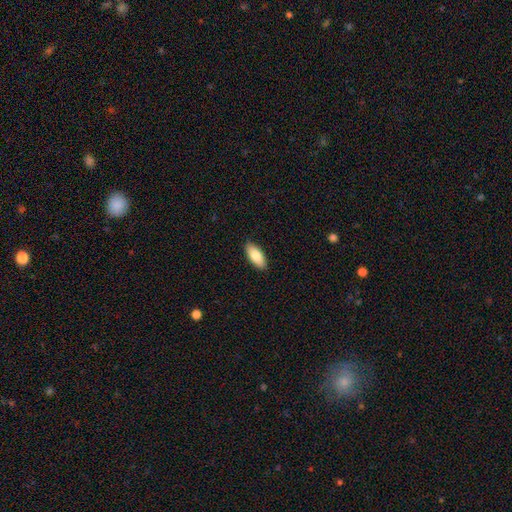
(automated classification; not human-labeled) Q: Smooth or featured?
A: smooth (82%); runner-up: featured or disk (12%)
Q: How rounded?
A: in between (85%); runner-up: cigar-shaped (13%)
Q: Merging?
A: none (89%); runner-up: minor disturbance (8%)